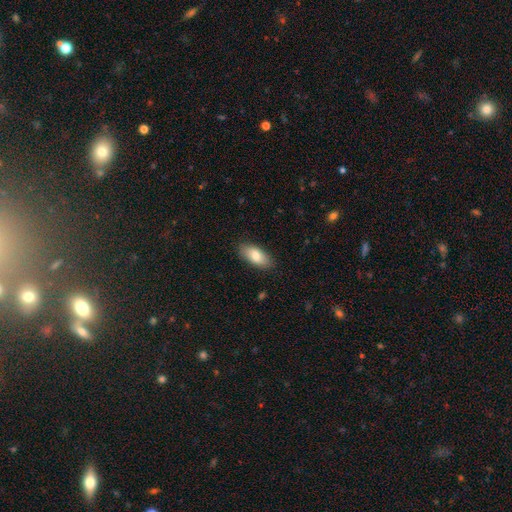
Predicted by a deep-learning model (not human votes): Smooth or featured? smooth (81%)
How rounded? in between (89%)
Merging? none (86%)